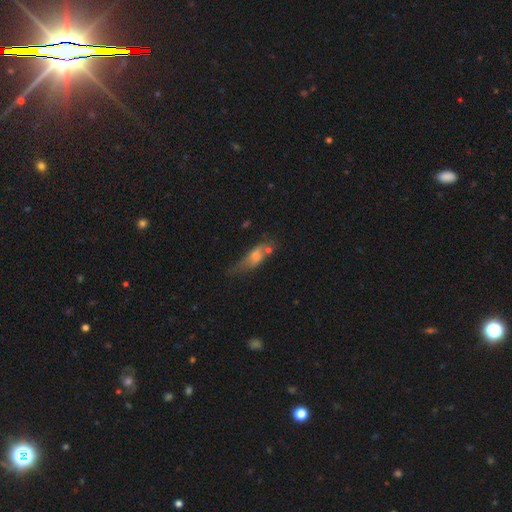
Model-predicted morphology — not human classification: A smooth galaxy with no disk features (54%) that is in between round and cigar-shaped (52%). Merging: none (41%).